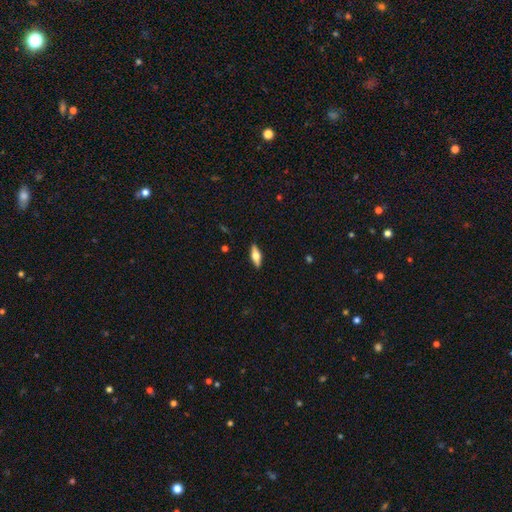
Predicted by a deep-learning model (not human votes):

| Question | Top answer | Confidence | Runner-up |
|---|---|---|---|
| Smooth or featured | smooth | 49% | featured or disk (44%) |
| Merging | none | 89% | minor disturbance (8%) |